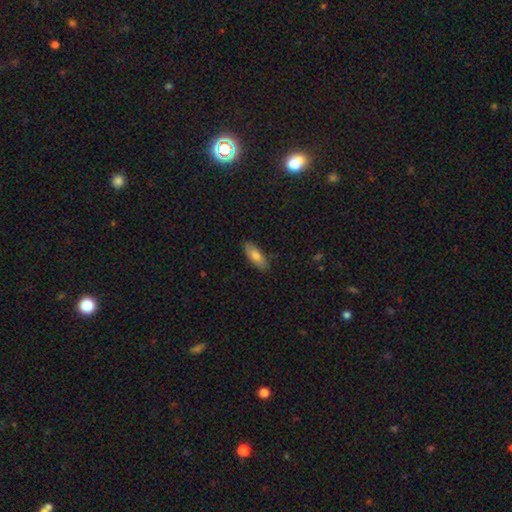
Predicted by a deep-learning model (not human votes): A smooth galaxy with no disk features (79%) that is in between round and cigar-shaped (77%).

Vote fractions:
- Smooth or featured? smooth: 79% / featured or disk: 15% / star or artifact: 6%
- How rounded? in between: 77% / cigar-shaped: 21% / round: 2%
- Merging? none: 86% / minor disturbance: 11% / major disturbance: 2% / merger: 1%